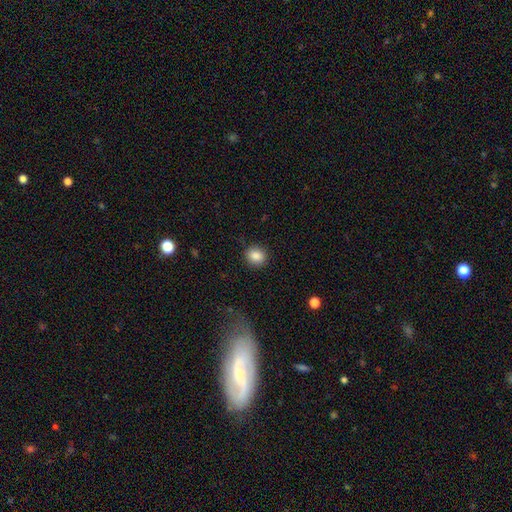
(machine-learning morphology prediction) type=smooth (87%); roundness=round (76%); merging=none (87%).